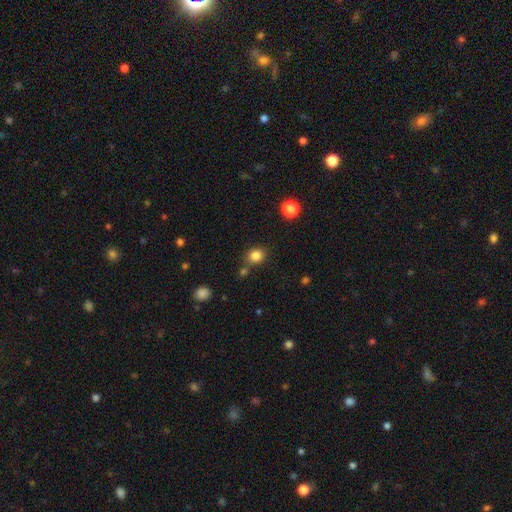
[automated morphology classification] This appears to be a smooth galaxy with no disk features (83%) that is round (79%). Merging: none (75%).